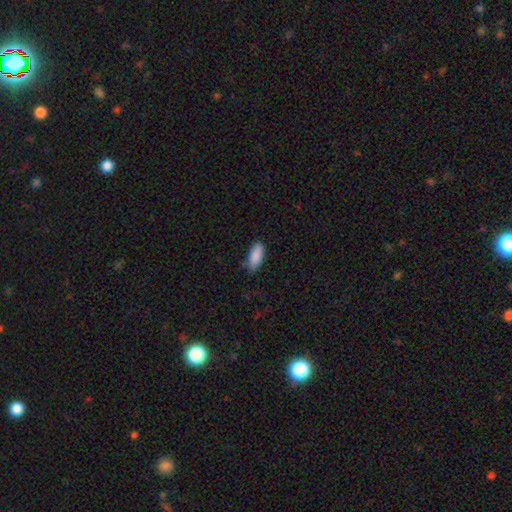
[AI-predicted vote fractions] smooth 89%, star or artifact 7%, featured or disk 5%. Down the decision tree: how rounded — in between (83%); merging — none (75%).